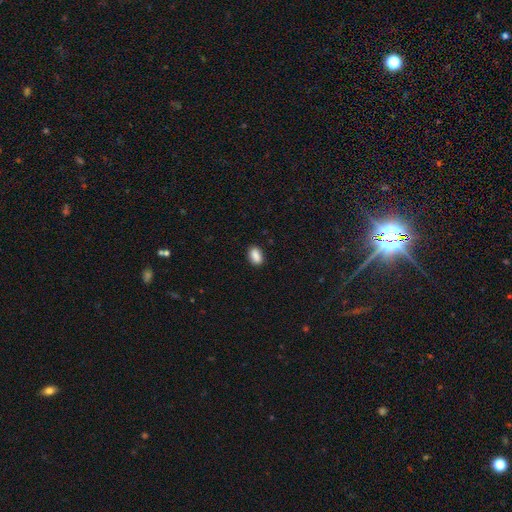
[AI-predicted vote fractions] Q: Smooth or featured?
A: smooth (88%); runner-up: star or artifact (8%)
Q: How rounded?
A: in between (88%); runner-up: round (9%)
Q: Merging?
A: none (86%); runner-up: minor disturbance (10%)